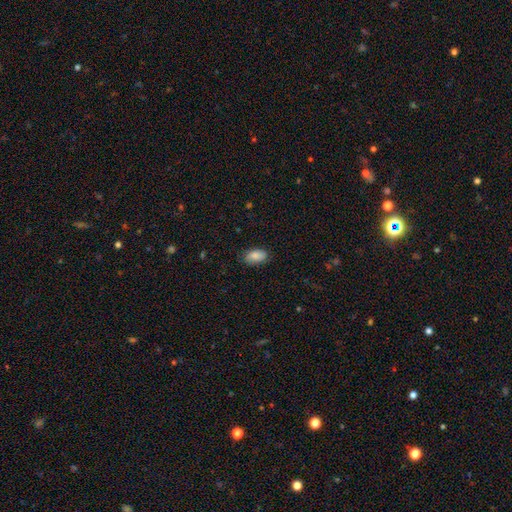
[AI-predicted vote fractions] Morphology: type=smooth (85%); roundness=in between (93%); merging=none (80%).